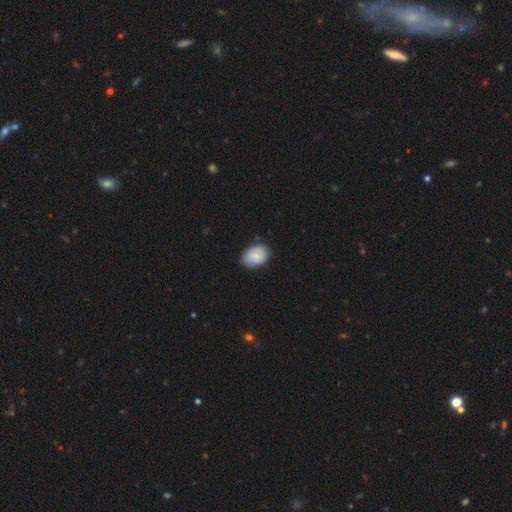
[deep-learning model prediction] The model was most divided on "how rounded": in between: 76%, round: 22%, cigar-shaped: 1%. More confident: smooth or featured — smooth (80%); merging — none (78%).